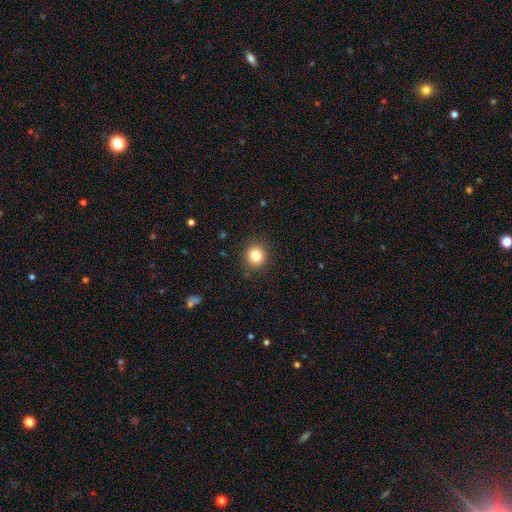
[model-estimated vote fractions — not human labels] smooth-or-featured: smooth: 83% | star or artifact: 11% | featured or disk: 6%
  how-rounded: round: 89% | in between: 10% | cigar-shaped: 1%
  merging: none: 90% | minor disturbance: 7% | major disturbance: 2% | merger: 1%